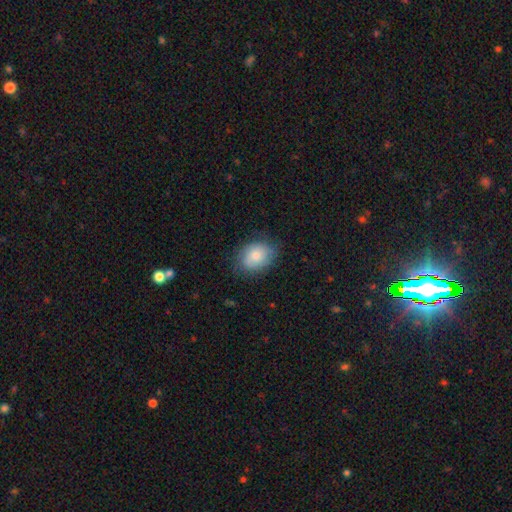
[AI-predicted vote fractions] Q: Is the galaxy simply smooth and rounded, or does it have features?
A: smooth — 78%.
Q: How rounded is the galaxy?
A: in between — 68%.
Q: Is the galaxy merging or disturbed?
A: none — 74%.